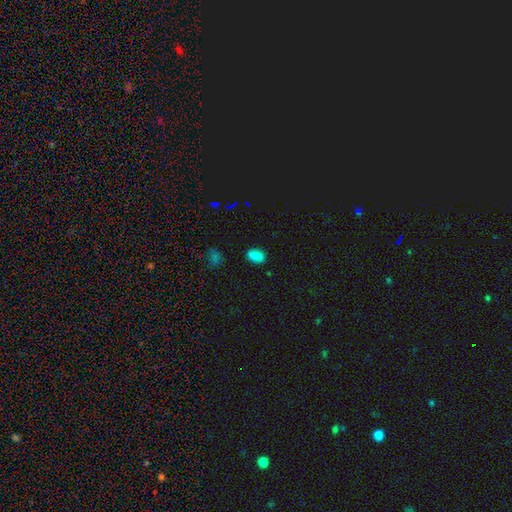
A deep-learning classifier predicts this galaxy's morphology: Smooth or featured?
  - smooth: 80% *
  - star or artifact: 16%
  - featured or disk: 4%
How rounded?
  - in between: 89% *
  - round: 9%
  - cigar-shaped: 2%
Merging?
  - none: 81% *
  - minor disturbance: 13%
  - major disturbance: 3%
  - merger: 3%